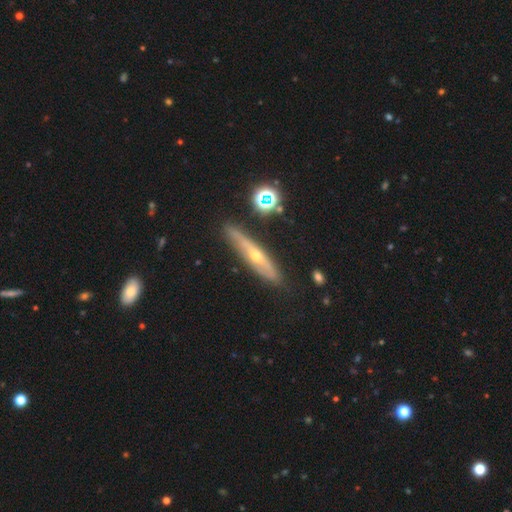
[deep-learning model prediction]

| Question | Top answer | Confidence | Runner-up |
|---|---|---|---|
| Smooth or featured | featured or disk | 69% | smooth (24%) |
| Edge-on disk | yes | 82% | no (18%) |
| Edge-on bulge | rounded | 83% | none (14%) |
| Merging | none | 79% | minor disturbance (15%) |